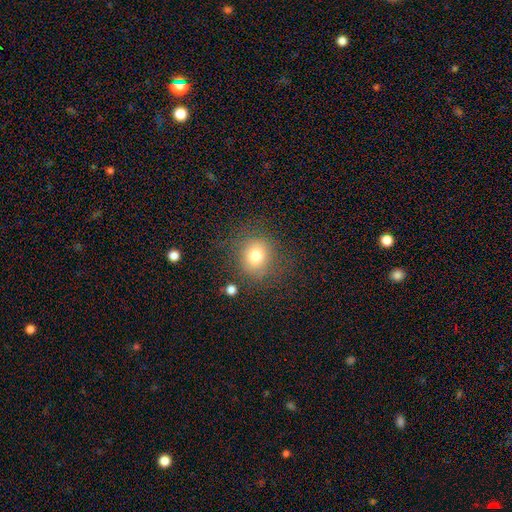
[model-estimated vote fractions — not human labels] Q: Smooth or featured?
A: smooth (77%); runner-up: star or artifact (13%)
Q: How rounded?
A: round (75%); runner-up: in between (24%)
Q: Merging?
A: none (77%); runner-up: minor disturbance (13%)